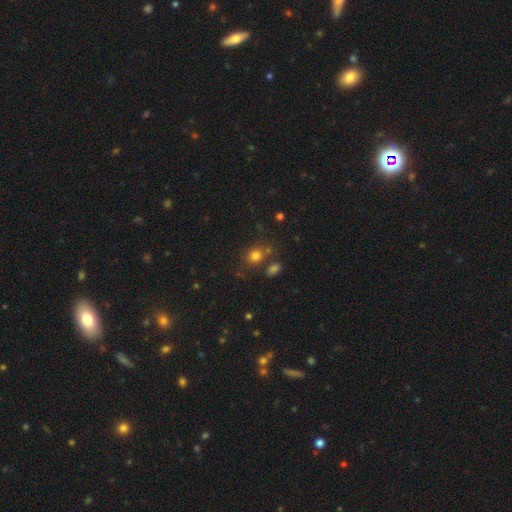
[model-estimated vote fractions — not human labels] This is likely a smooth galaxy (78%). How rounded: likely round (62%). Merging: likely none (69%).